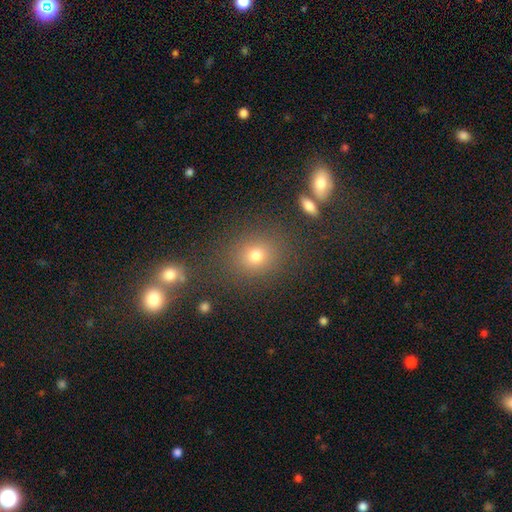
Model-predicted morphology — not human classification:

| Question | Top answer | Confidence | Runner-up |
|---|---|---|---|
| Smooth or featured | smooth | 72% | star or artifact (19%) |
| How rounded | round | 76% | in between (23%) |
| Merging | none | 82% | minor disturbance (9%) |